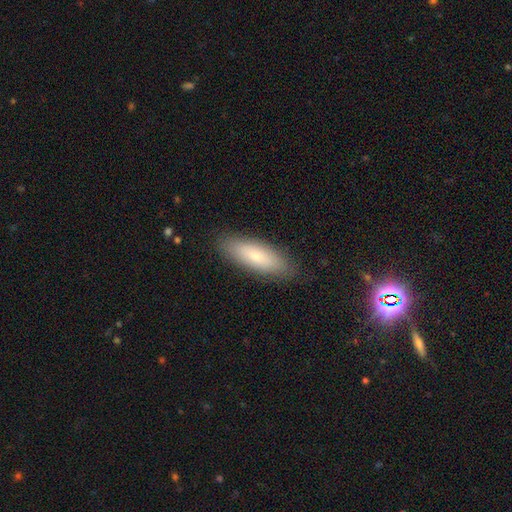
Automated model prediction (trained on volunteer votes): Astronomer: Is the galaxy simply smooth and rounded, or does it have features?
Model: smooth — 74%.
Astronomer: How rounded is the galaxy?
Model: in between — 59% (runner-up: cigar-shaped, 39%).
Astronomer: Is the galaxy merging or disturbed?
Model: none — 87%.